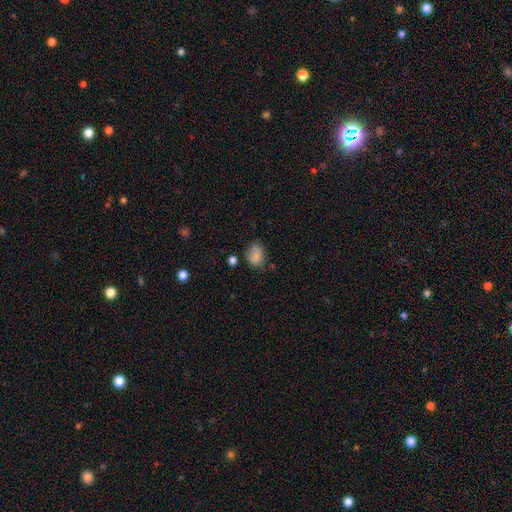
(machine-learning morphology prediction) Smooth or featured? smooth (80%)
How rounded? in between (67%)
Merging? none (58%)